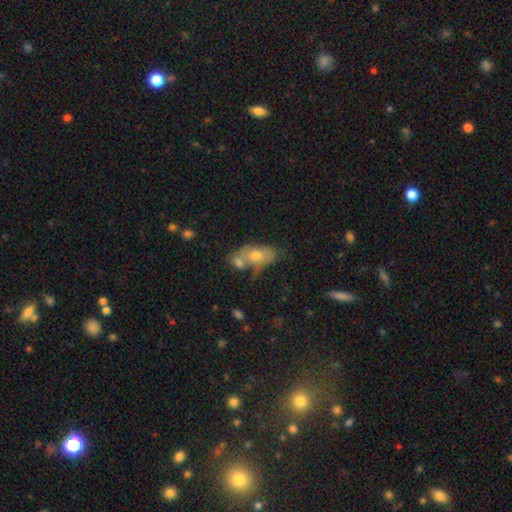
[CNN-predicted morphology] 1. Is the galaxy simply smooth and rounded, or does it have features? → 63% smooth, 28% featured or disk, 9% star or artifact.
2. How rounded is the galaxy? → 86% in between, 9% round, 5% cigar-shaped.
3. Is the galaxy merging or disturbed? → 42% merger, 34% none, 16% minor disturbance, 8% major disturbance.